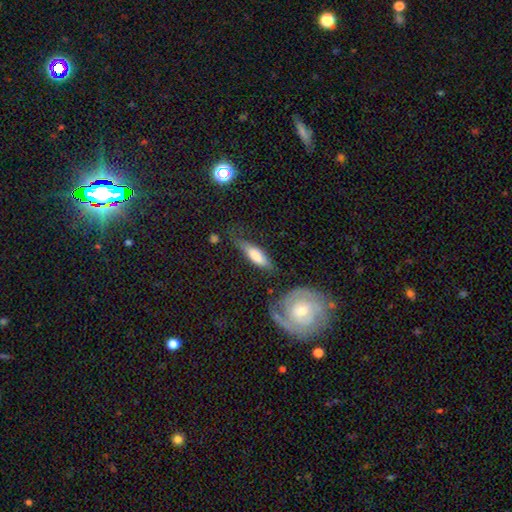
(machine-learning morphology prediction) A smooth galaxy with no disk features (65%) that is in between round and cigar-shaped (50%). Merging: none (52%).